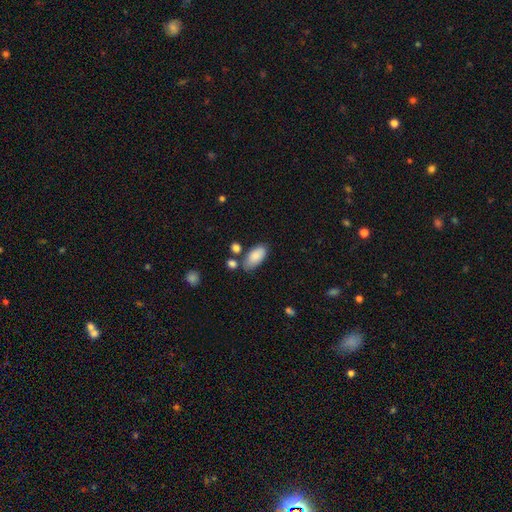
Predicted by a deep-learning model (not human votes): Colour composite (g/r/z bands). It shows a smooth galaxy with no disk features (85%) that is in between round and cigar-shaped (92%). Merging: none (65%).